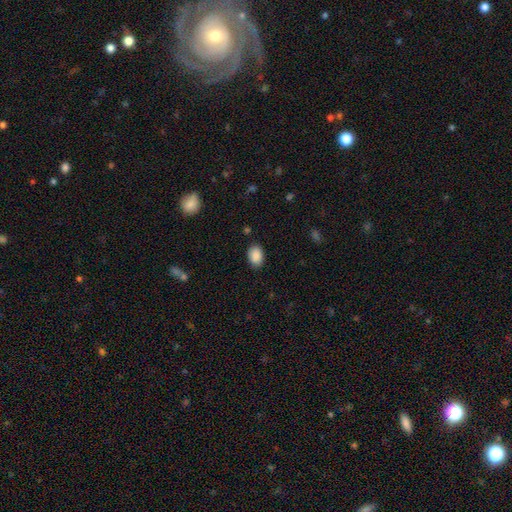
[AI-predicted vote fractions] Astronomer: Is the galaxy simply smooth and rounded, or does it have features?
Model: smooth — 89%.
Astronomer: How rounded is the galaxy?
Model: in between — 83%.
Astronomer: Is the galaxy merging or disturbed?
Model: none — 86%.